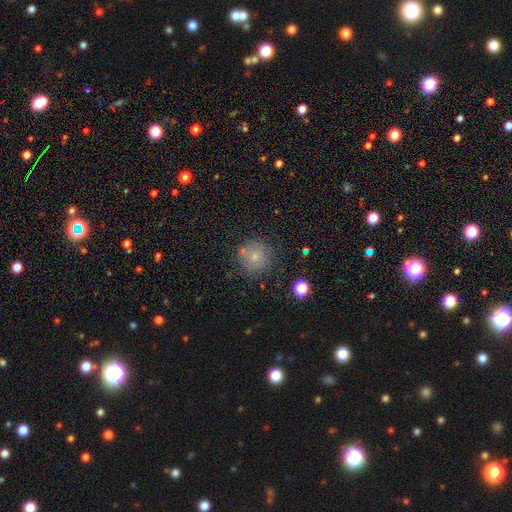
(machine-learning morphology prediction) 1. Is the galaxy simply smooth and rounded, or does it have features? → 65% smooth, 23% featured or disk, 13% star or artifact.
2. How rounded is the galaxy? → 92% round, 7% in between, 1% cigar-shaped.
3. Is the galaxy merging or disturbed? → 73% none, 15% minor disturbance, 7% merger, 5% major disturbance.